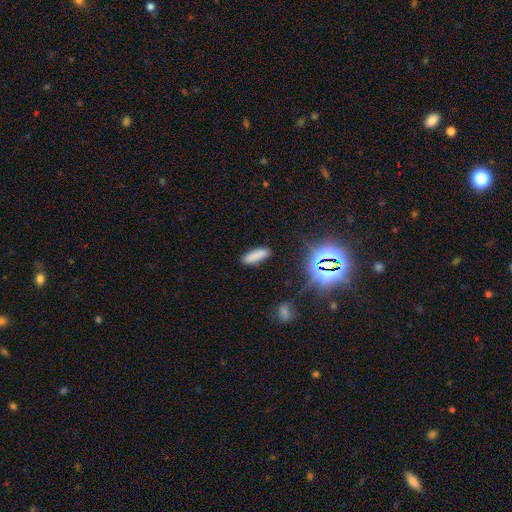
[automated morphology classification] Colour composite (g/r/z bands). It shows a smooth galaxy with no disk features (81%) that is cigar-shaped (53%). Merging: none (86%).